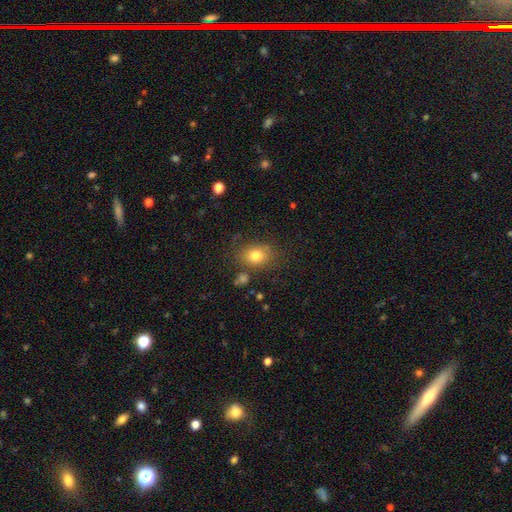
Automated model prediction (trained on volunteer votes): This appears to be a smooth galaxy with no disk features (79%) that is in between round and cigar-shaped (58%). Merging: none (74%).